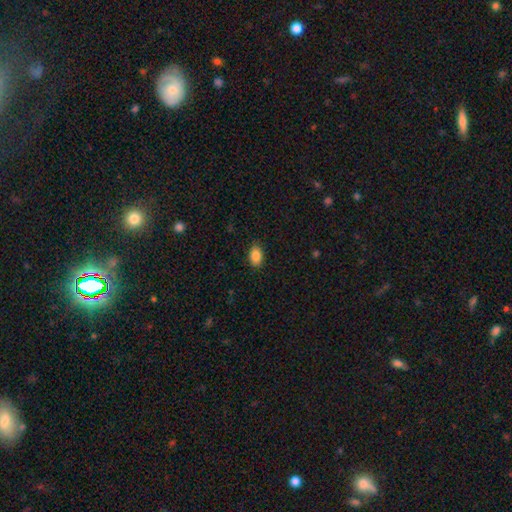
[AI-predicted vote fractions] Smooth or featured: smooth — 88% (star or artifact — 8%)
How rounded: in between — 89% (round — 10%)
Merging: none — 87% (minor disturbance — 10%)